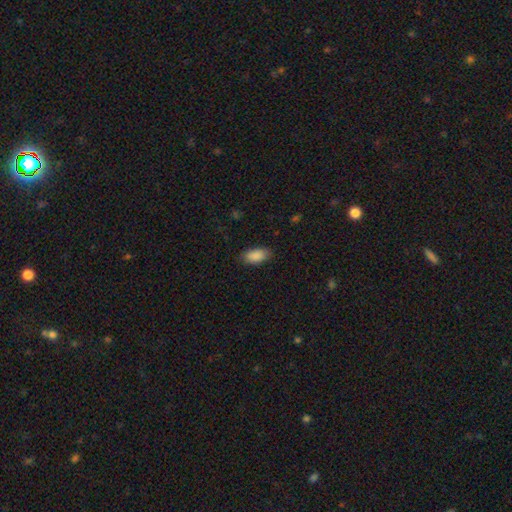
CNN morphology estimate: This is clearly a smooth galaxy (89%). How rounded: clearly in between (92%). Merging: clearly none (85%).